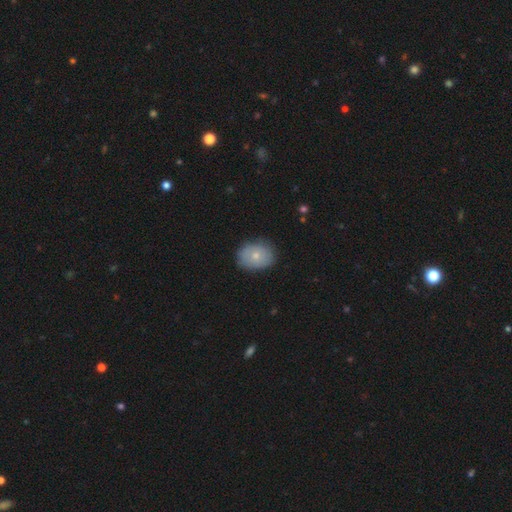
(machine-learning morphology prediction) Smooth or featured? Predicted: smooth (p=0.67). How rounded? Predicted: in between (p=0.61). Merging? Predicted: none (p=0.81).